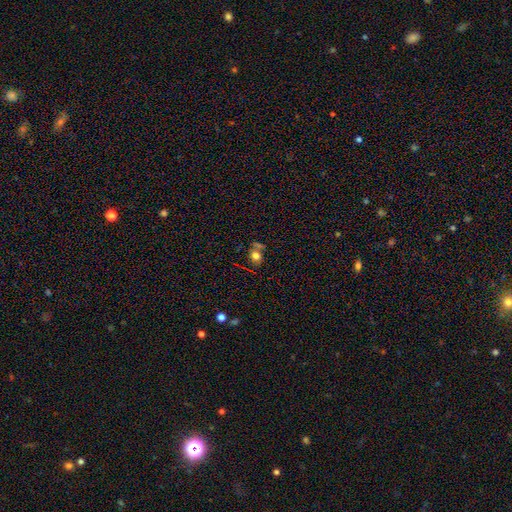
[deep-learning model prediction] This appears to be a smooth galaxy with no disk features (71%) that is round (54%). Merging: none (54%).